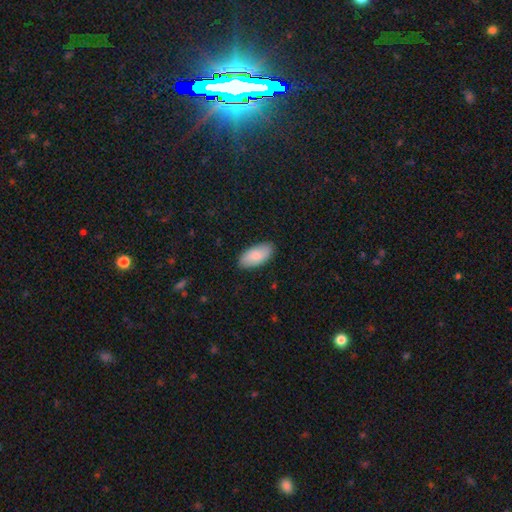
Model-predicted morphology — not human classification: A smooth galaxy with no disk features (87%) that is in between round and cigar-shaped (93%). Merging: none (87%).